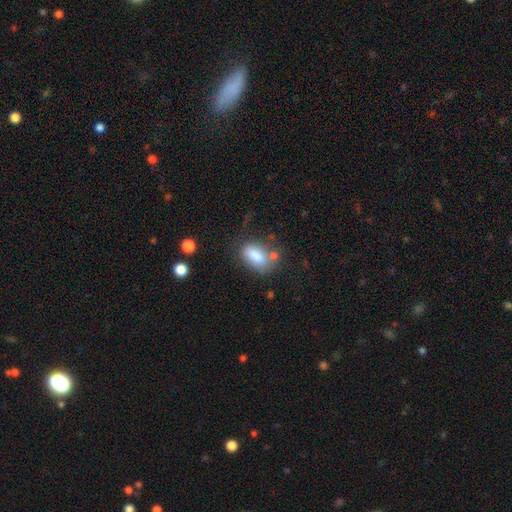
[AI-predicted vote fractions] A smooth galaxy with no disk features (83%) that is in between round and cigar-shaped (89%).

Vote fractions:
- Smooth or featured? smooth: 83% / featured or disk: 9% / star or artifact: 8%
- How rounded? in between: 89% / round: 8% / cigar-shaped: 4%
- Merging? none: 56% / minor disturbance: 22% / merger: 12% / major disturbance: 10%